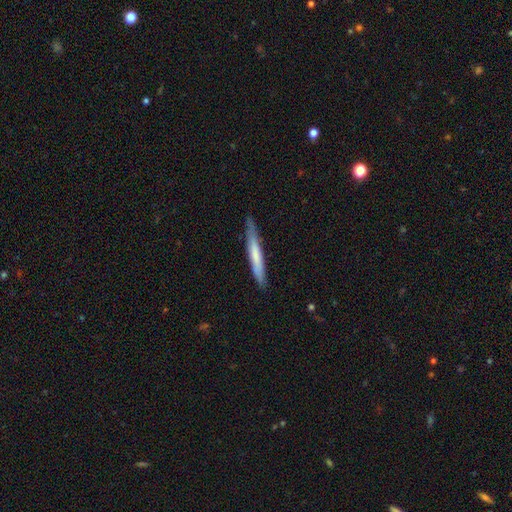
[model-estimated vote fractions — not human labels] Q: Smooth or featured?
A: smooth (59%); runner-up: featured or disk (36%)
Q: How rounded?
A: cigar-shaped (95%); runner-up: in between (4%)
Q: Merging?
A: none (81%); runner-up: minor disturbance (15%)